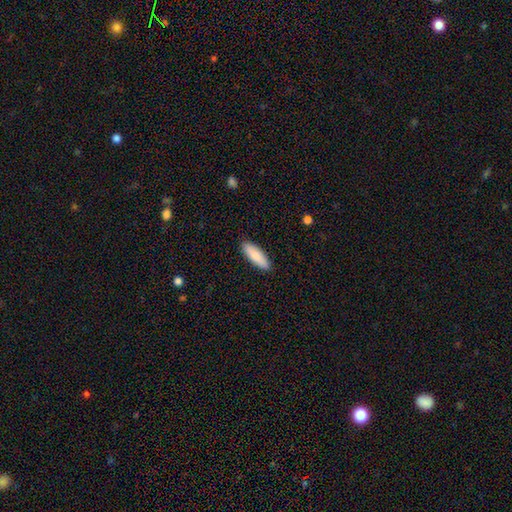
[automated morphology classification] This is clearly a smooth galaxy (85%). How rounded: possibly cigar-shaped (49%, tied with in between). Merging: clearly none (90%).